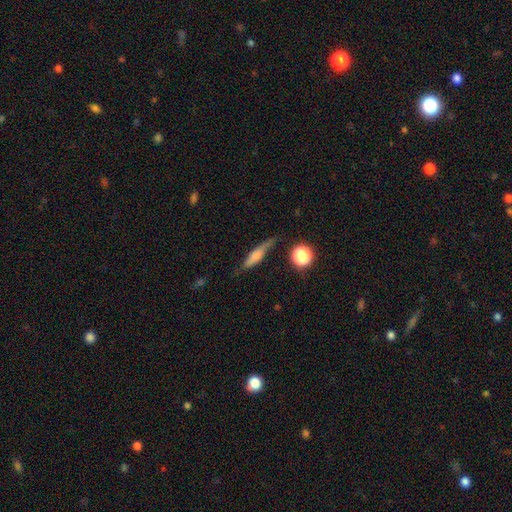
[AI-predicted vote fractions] Smooth or featured? smooth (56%)
How rounded? cigar-shaped (71%)
Merging? none (65%)